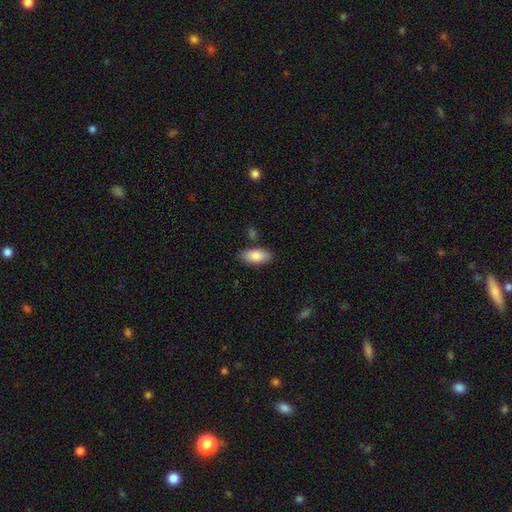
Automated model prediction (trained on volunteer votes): Morphology: type=smooth (84%); roundness=in between (88%); merging=none (82%).